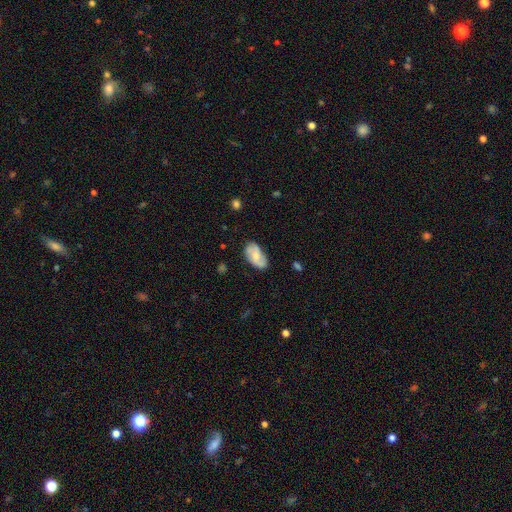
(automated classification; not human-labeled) Smooth or featured: smooth — 47% (featured or disk — 46%)
Merging: none — 70% (minor disturbance — 22%)